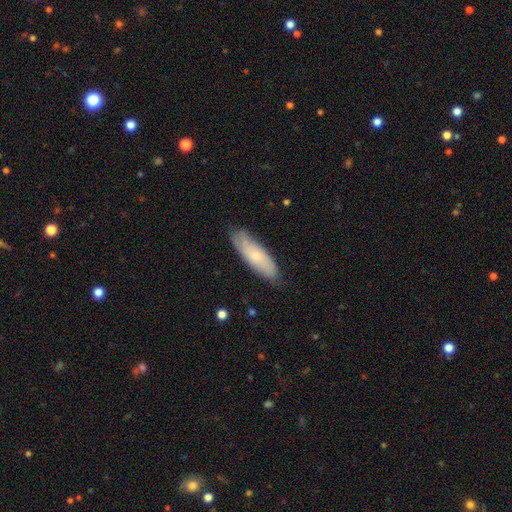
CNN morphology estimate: A smooth galaxy with no disk features (61%) that is in between round and cigar-shaped (52%).

Vote fractions:
- Smooth or featured? smooth: 61% / featured or disk: 33% / star or artifact: 6%
- How rounded? in between: 52% / cigar-shaped: 47% / round: 2%
- Merging? none: 79% / minor disturbance: 17% / major disturbance: 3% / merger: 1%